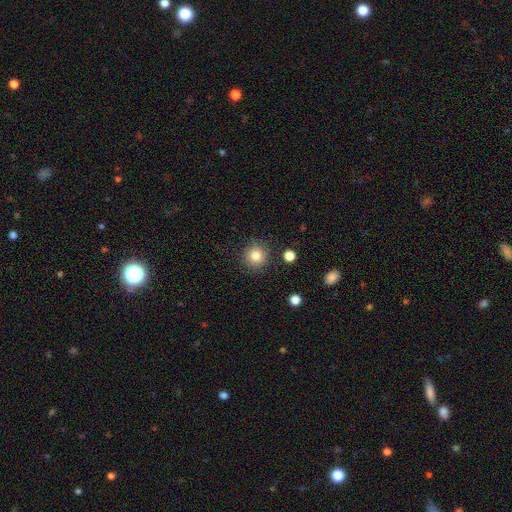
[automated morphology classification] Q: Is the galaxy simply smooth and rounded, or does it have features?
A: smooth — 82%.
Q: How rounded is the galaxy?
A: round — 94%.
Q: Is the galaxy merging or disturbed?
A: none — 89%.